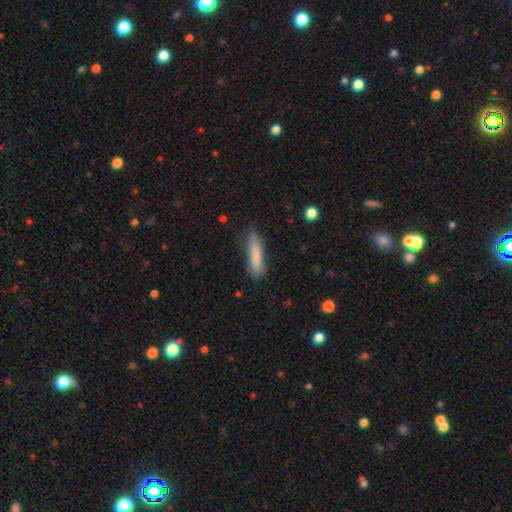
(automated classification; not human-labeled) A smooth galaxy with no disk features (82%) that is cigar-shaped (82%). Merging: none (71%).